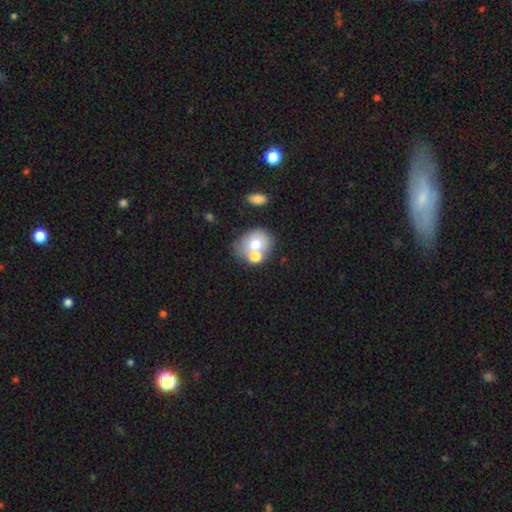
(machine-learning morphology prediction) A smooth galaxy with no disk features (66%) that is round (62%). Merging: merger (48%).